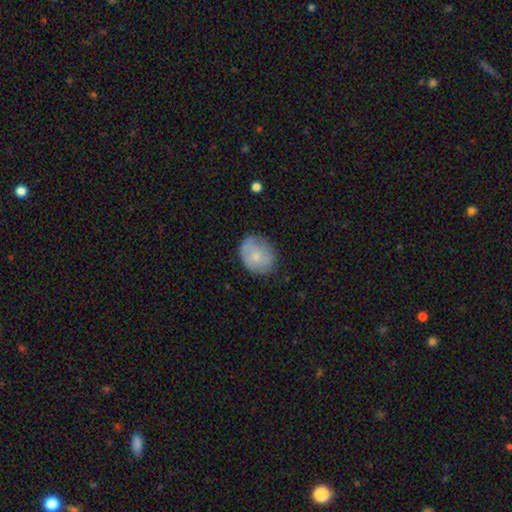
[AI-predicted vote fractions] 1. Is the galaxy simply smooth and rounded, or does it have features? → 69% smooth, 24% featured or disk, 7% star or artifact.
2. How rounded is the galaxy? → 59% round, 40% in between, 1% cigar-shaped.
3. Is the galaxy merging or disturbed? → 68% none, 24% minor disturbance, 6% major disturbance, 2% merger.